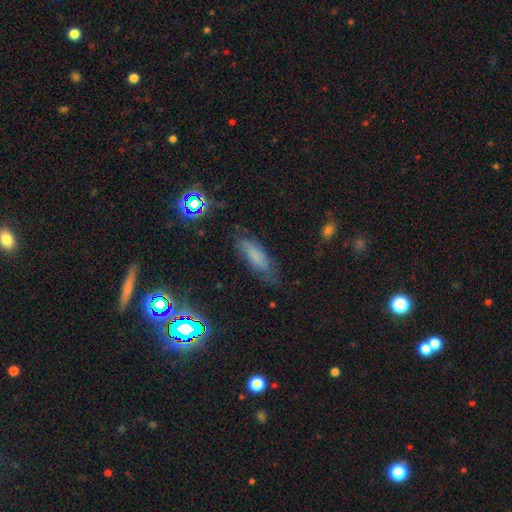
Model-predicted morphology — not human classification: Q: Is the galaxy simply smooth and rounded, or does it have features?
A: smooth — 71%.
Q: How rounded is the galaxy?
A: in between — 59%.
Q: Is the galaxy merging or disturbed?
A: none — 64%.